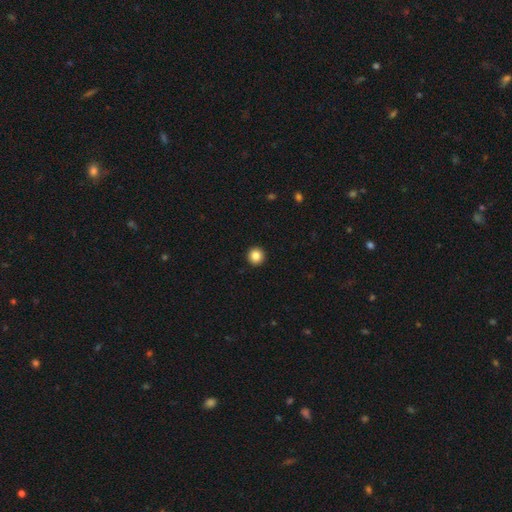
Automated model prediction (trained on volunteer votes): A smooth galaxy with no disk features (85%) that is round (96%).

Vote fractions:
- Smooth or featured? smooth: 85% / star or artifact: 10% / featured or disk: 5%
- How rounded? round: 96% / in between: 3% / cigar-shaped: 1%
- Merging? none: 94% / minor disturbance: 4% / major disturbance: 1% / merger: 1%